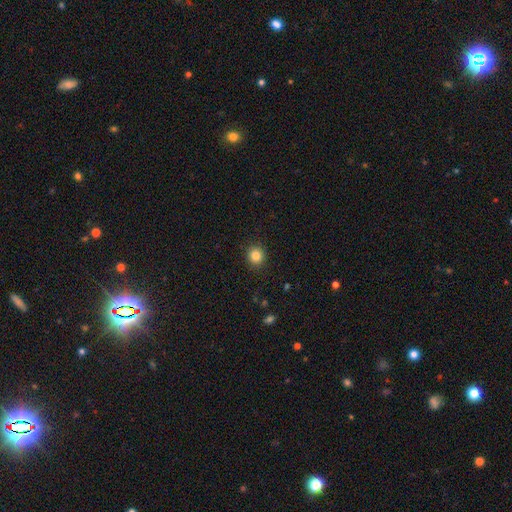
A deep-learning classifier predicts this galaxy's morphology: Smooth or featured: smooth — 84% (star or artifact — 11%)
How rounded: round — 89% (in between — 11%)
Merging: none — 91% (minor disturbance — 6%)